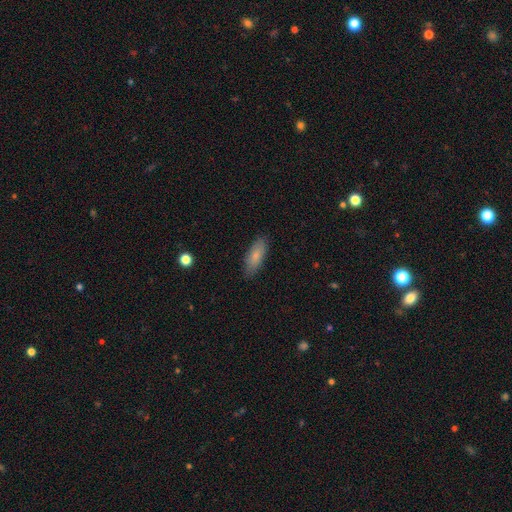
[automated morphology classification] smooth-or-featured: smooth: 83% | featured or disk: 11% | star or artifact: 6%
  how-rounded: in between: 71% | cigar-shaped: 27% | round: 2%
  merging: none: 86% | minor disturbance: 11% | major disturbance: 2% | merger: 1%